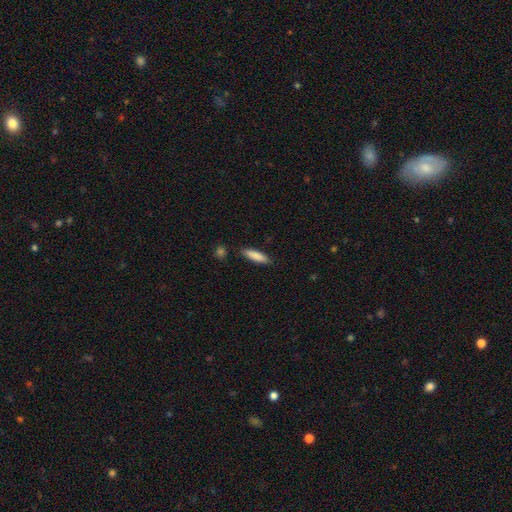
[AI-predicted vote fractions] The model was most divided on "how rounded": cigar-shaped: 70%, in between: 28%, round: 1%. More confident: merging — none (86%); smooth or featured — smooth (86%).